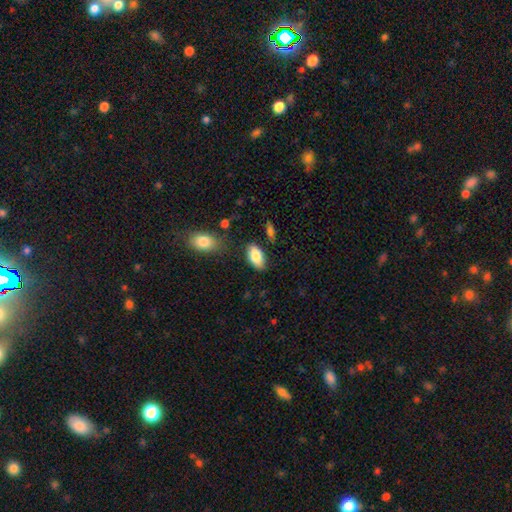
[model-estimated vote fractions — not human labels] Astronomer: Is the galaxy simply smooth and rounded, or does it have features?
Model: smooth — 84%.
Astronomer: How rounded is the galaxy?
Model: in between — 93%.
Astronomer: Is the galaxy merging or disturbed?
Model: none — 81%.